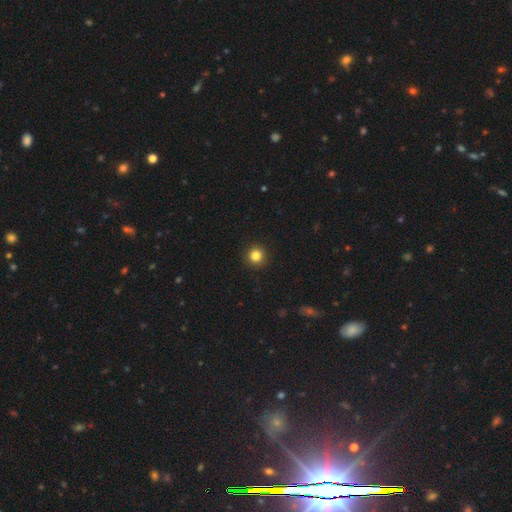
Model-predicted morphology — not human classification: type=smooth (84%); roundness=round (95%); merging=none (93%).